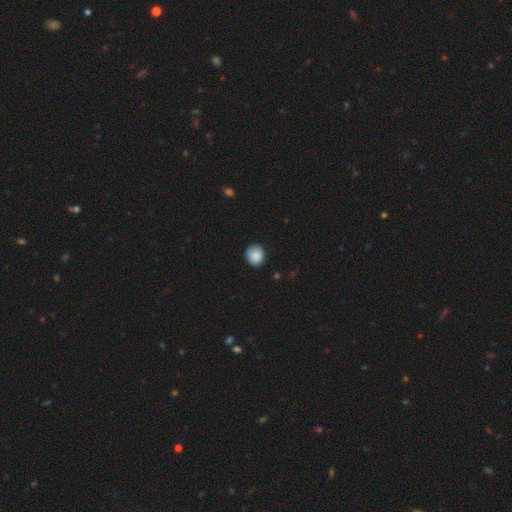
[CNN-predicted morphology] A smooth galaxy with no disk features (85%) that is round (72%). Merging: none (74%).